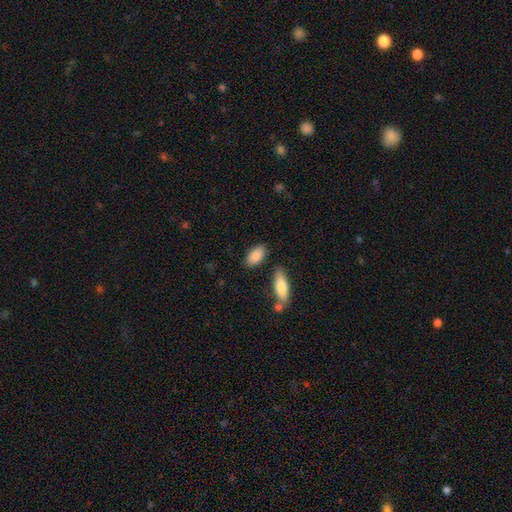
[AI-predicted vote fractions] Overall: smooth (88%). How rounded: in between (91%). Merging: none (80%).